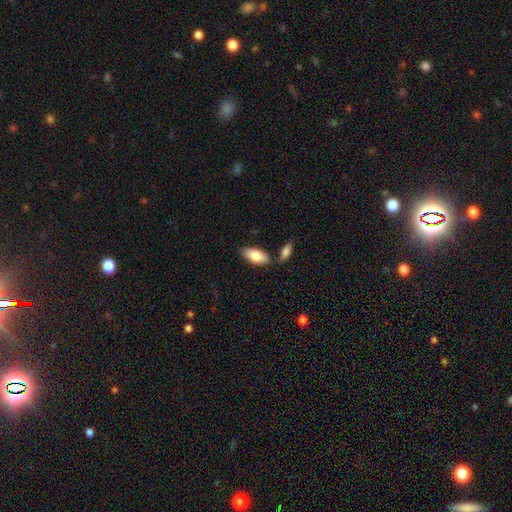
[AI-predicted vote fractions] smooth 83%, featured or disk 12%, star or artifact 6%. Down the decision tree: how rounded — in between (89%); merging — none (74%).